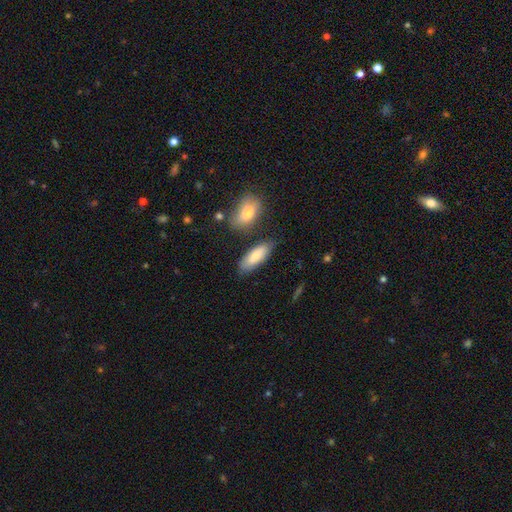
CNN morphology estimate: type=smooth (82%); roundness=in between (69%); merging=none (74%).